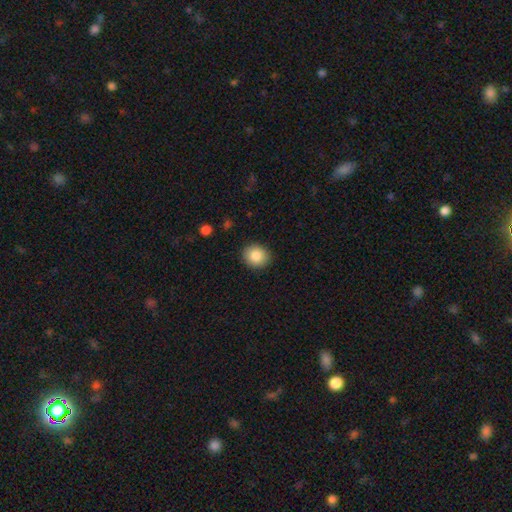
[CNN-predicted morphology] Smooth or featured?
  - smooth: 85% *
  - star or artifact: 8%
  - featured or disk: 6%
How rounded?
  - round: 72% *
  - in between: 27%
  - cigar-shaped: 1%
Merging?
  - none: 89% *
  - minor disturbance: 7%
  - major disturbance: 2%
  - merger: 1%